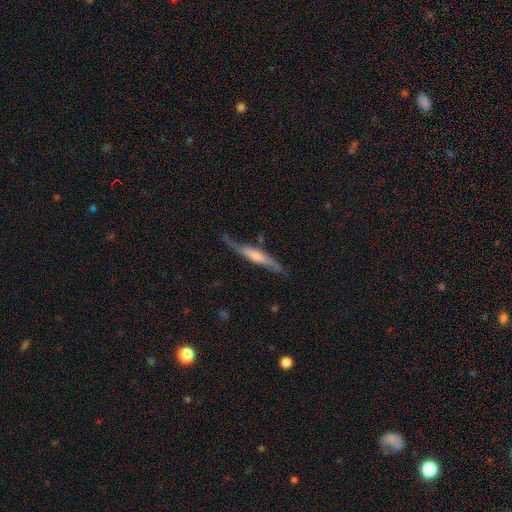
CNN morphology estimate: Smooth or featured? Predicted: featured or disk (p=0.74). Edge-on disk? Predicted: yes (p=0.91). Edge-on bulge? Predicted: rounded (p=0.74). Merging? Predicted: none (p=0.77).